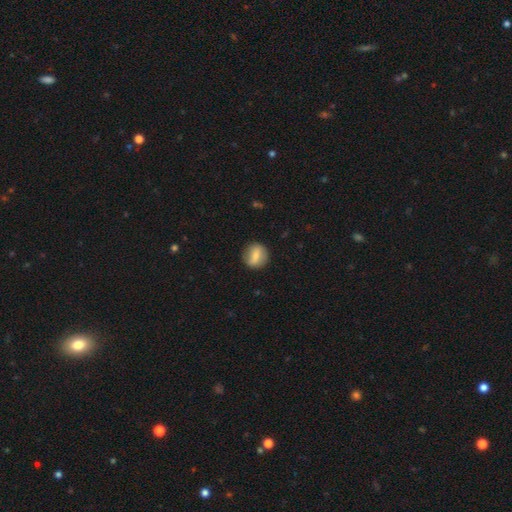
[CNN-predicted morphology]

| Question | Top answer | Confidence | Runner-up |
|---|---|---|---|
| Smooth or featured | smooth | 66% | featured or disk (27%) |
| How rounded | round | 77% | in between (21%) |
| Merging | none | 85% | minor disturbance (11%) |